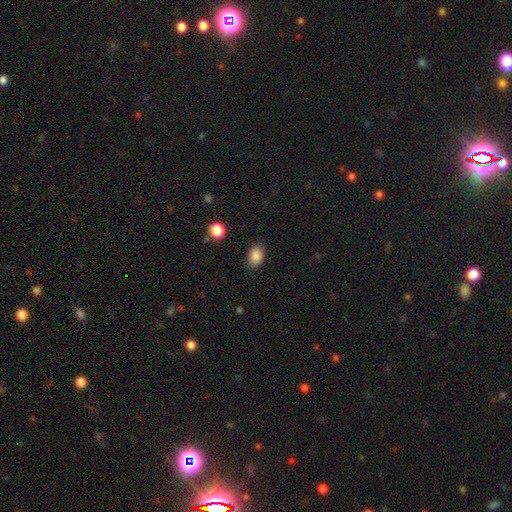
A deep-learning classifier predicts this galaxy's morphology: Q: Smooth or featured?
A: smooth (87%); runner-up: star or artifact (8%)
Q: How rounded?
A: in between (83%); runner-up: round (15%)
Q: Merging?
A: none (85%); runner-up: minor disturbance (11%)